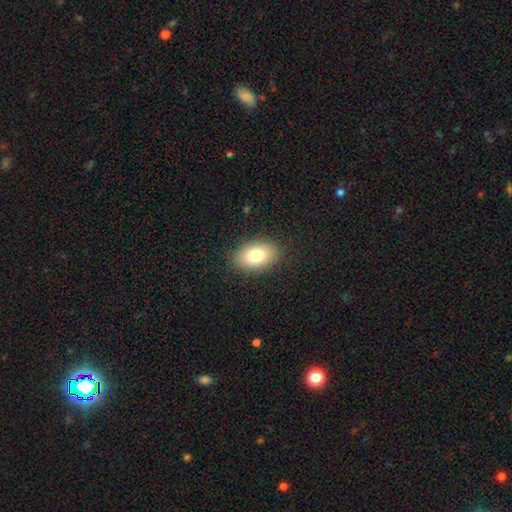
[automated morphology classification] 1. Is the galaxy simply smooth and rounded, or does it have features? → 79% smooth, 12% featured or disk, 9% star or artifact.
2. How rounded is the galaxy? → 87% in between, 12% round, 1% cigar-shaped.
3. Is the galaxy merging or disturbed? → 88% none, 9% minor disturbance, 3% major disturbance, 1% merger.